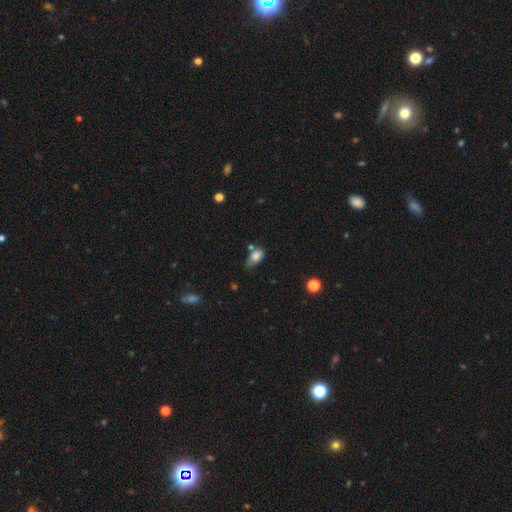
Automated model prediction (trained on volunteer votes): Smooth or featured?
  - smooth: 78% *
  - featured or disk: 13%
  - star or artifact: 9%
How rounded?
  - in between: 89% *
  - round: 8%
  - cigar-shaped: 3%
Merging?
  - none: 44% *
  - minor disturbance: 32%
  - merger: 14%
  - major disturbance: 9%